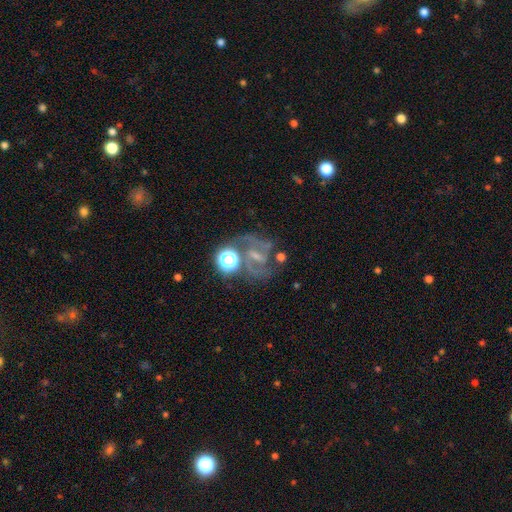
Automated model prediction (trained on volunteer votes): featured or disk 77%, star or artifact 13%, smooth 10%. Down the decision tree: edge-on disk — no (98%); bar — weak (49%); spiral arms — yes (93%); spiral arm count — 2 (86%); spiral winding — medium (60%); bulge size — small (49%); merging — none (61%).